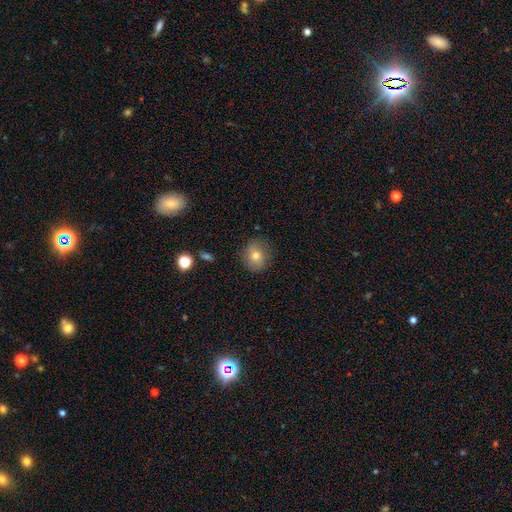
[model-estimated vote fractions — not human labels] This appears to be a smooth galaxy with no disk features (75%) that is round (80%). Merging: none (83%).